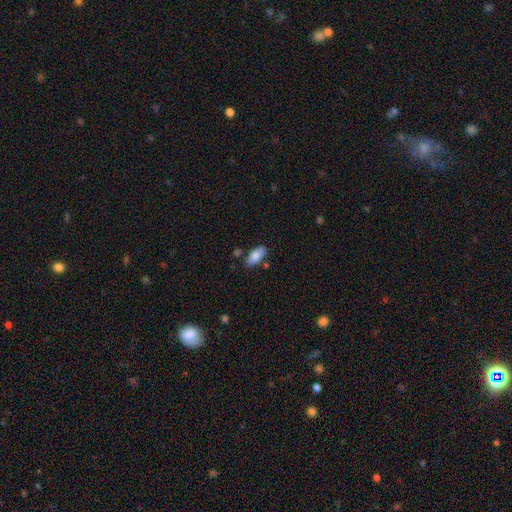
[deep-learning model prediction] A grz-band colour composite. It shows a smooth galaxy with no disk features (83%) that is in between round and cigar-shaped (90%). Merging: none (76%).